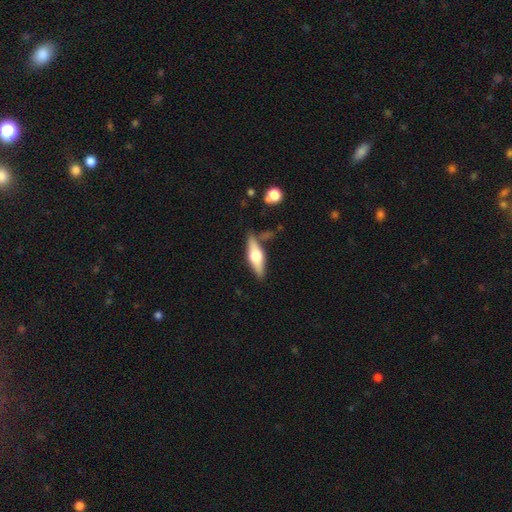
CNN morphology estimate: smooth-or-featured: featured or disk: 57% | smooth: 37% | star or artifact: 6%
  disk-edge-on: yes: 93% | no: 7%
    edge-on-bulge: rounded: 93% | boxy: 5% | none: 2%
  merging: none: 79% | minor disturbance: 13% | merger: 5% | major disturbance: 3%